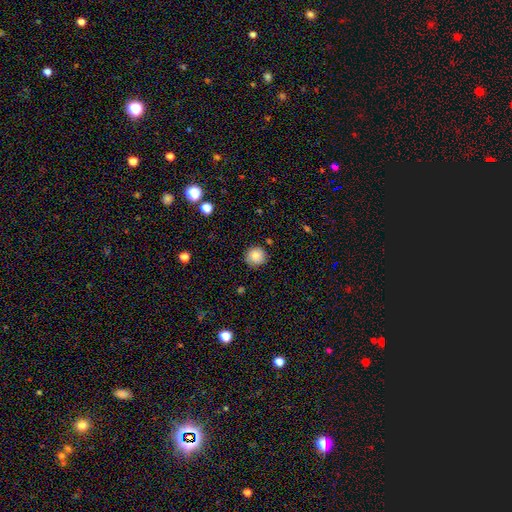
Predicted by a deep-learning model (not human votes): Morphology: type=smooth (82%); roundness=round (93%); merging=none (84%).